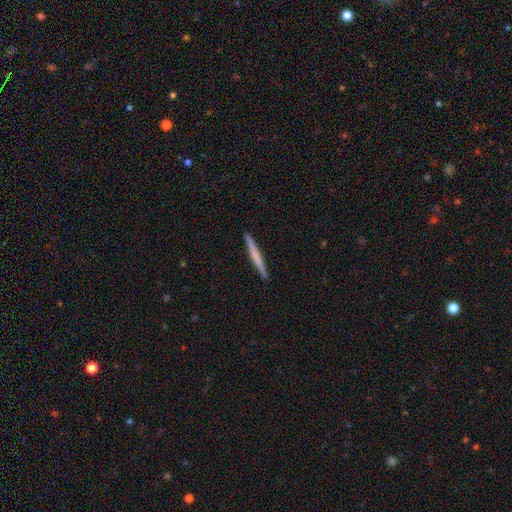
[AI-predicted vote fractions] A smooth galaxy with no disk features (49%).

Vote fractions:
- Smooth or featured? smooth: 49% / featured or disk: 46% / star or artifact: 5%
- Merging? none: 92% / minor disturbance: 5% / major disturbance: 1% / merger: 1%